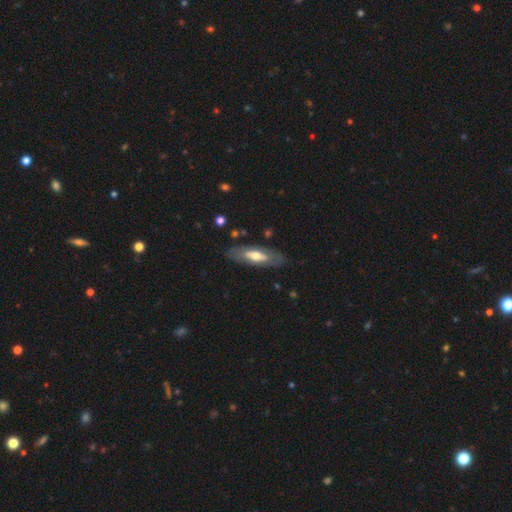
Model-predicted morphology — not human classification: smooth_or_featured: featured or disk (p=0.54) [alt: smooth p=0.41]
disk_edge_on: no (p=0.65) [alt: yes p=0.35]
merging: none (p=0.81) [alt: minor disturbance p=0.13]